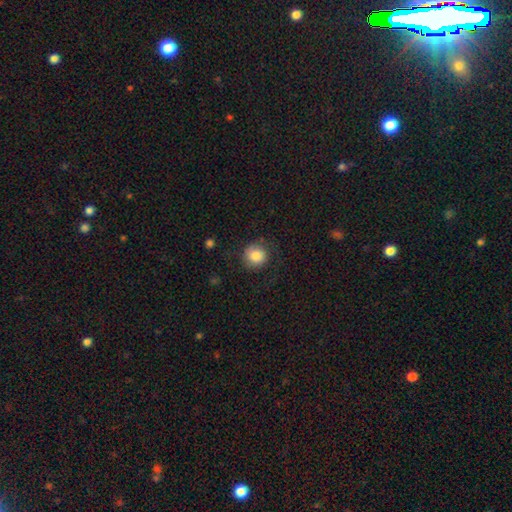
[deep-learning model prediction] Smooth or featured?
  - smooth: 84% *
  - star or artifact: 9%
  - featured or disk: 7%
How rounded?
  - round: 91% *
  - in between: 8%
  - cigar-shaped: 1%
Merging?
  - none: 81% *
  - minor disturbance: 12%
  - major disturbance: 5%
  - merger: 1%